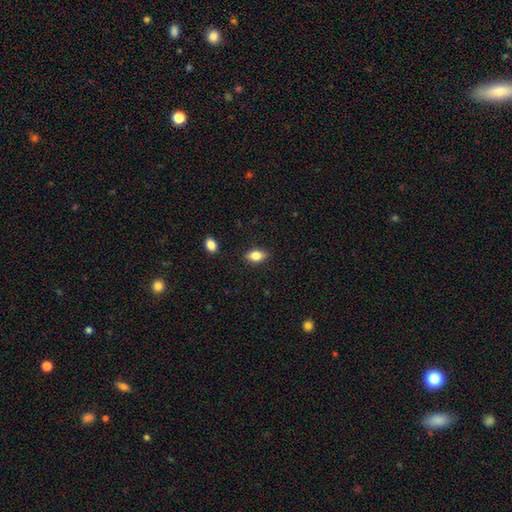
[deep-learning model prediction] smooth_or_featured: smooth (p=0.79) [alt: featured or disk p=0.12]
how_rounded: in between (p=0.86) [alt: round p=0.10]
merging: none (p=0.86) [alt: minor disturbance p=0.10]